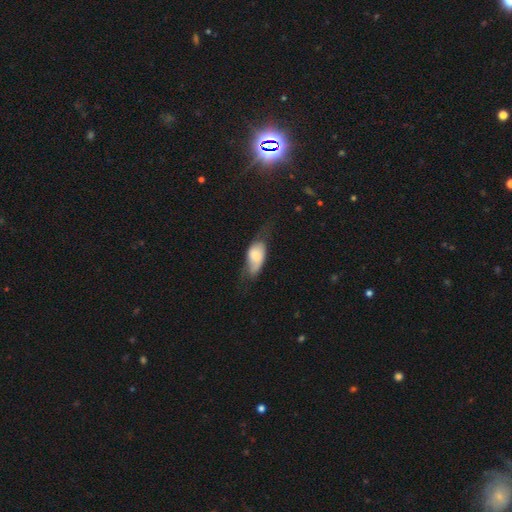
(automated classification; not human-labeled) Smooth or featured? smooth (68%)
How rounded? in between (88%)
Merging? none (36%, tied with minor disturbance)